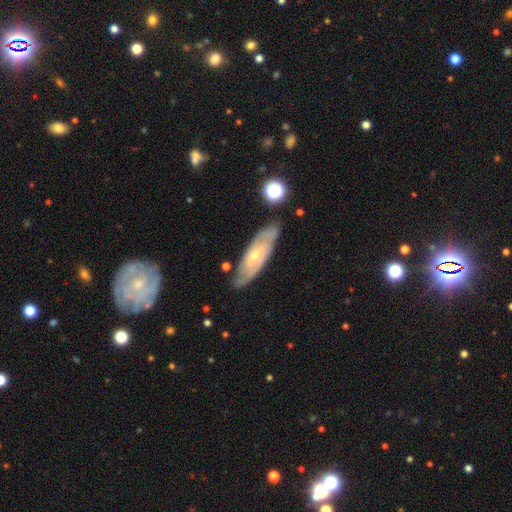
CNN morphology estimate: smooth_or_featured: featured or disk (p=0.73) [alt: smooth p=0.21]
disk_edge_on: no (p=0.82) [alt: yes p=0.18]
bar: weak (p=0.44) [alt: no p=0.42]
has_spiral_arms: yes (p=0.88) [alt: no p=0.12]
spiral_winding: tight (p=0.52) [alt: medium p=0.37]
spiral_arm_count: 2 (p=0.55) [alt: can't tell p=0.32]
bulge_size: small (p=0.62) [alt: moderate p=0.33]
merging: none (p=0.78) [alt: minor disturbance p=0.16]